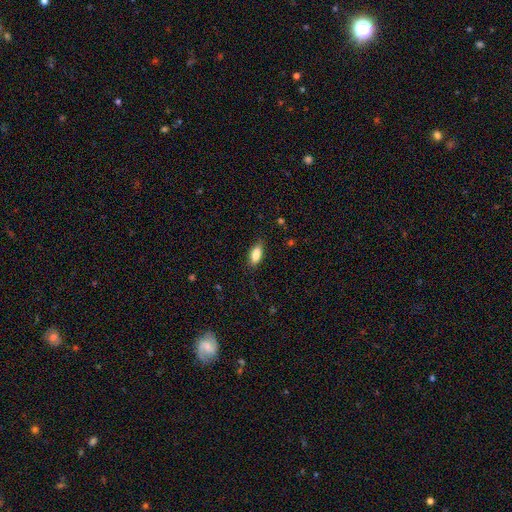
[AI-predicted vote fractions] Smooth or featured? Predicted: smooth (p=0.85). How rounded? Predicted: in between (p=0.82). Merging? Predicted: none (p=0.82).